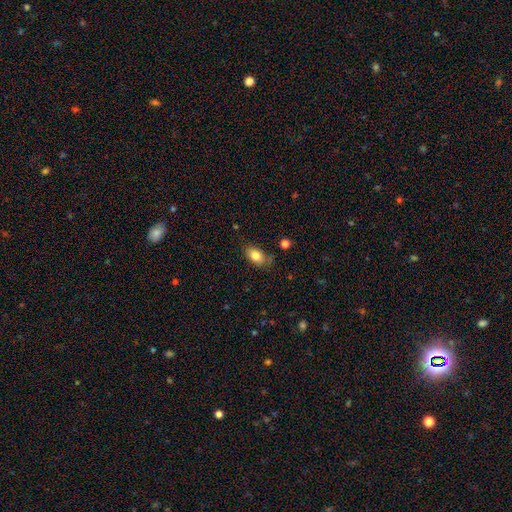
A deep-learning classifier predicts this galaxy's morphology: Smooth or featured: smooth — 82% (featured or disk — 9%)
How rounded: in between — 88% (round — 9%)
Merging: none — 74% (minor disturbance — 19%)